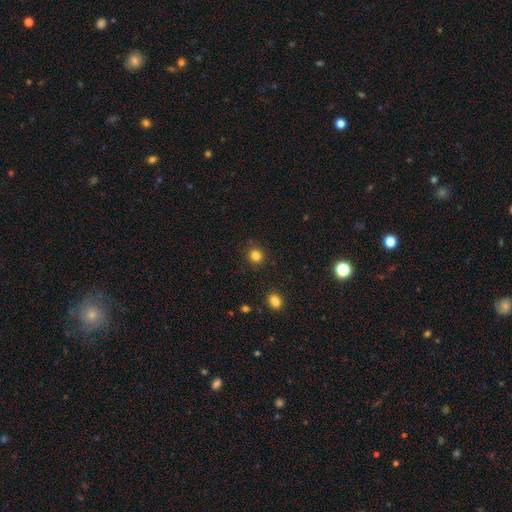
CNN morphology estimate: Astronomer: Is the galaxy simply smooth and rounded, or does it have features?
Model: smooth — 82%.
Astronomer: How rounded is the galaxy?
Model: round — 91%.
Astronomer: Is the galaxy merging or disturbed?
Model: none — 90%.